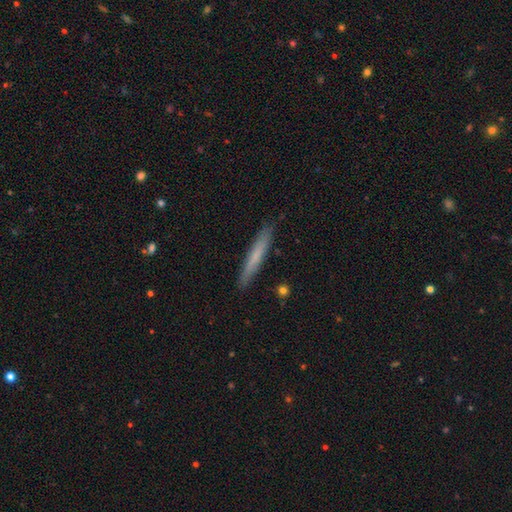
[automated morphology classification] A smooth galaxy with no disk features (66%) that is cigar-shaped (96%). Merging: none (90%).